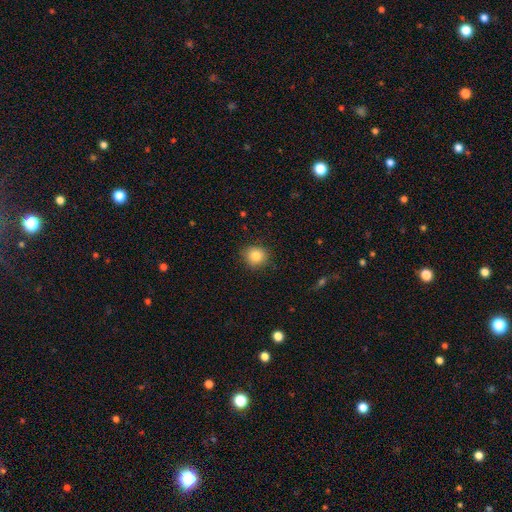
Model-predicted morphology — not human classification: smooth 84%, star or artifact 10%, featured or disk 6%. Down the decision tree: how rounded — round (86%); merging — none (86%).